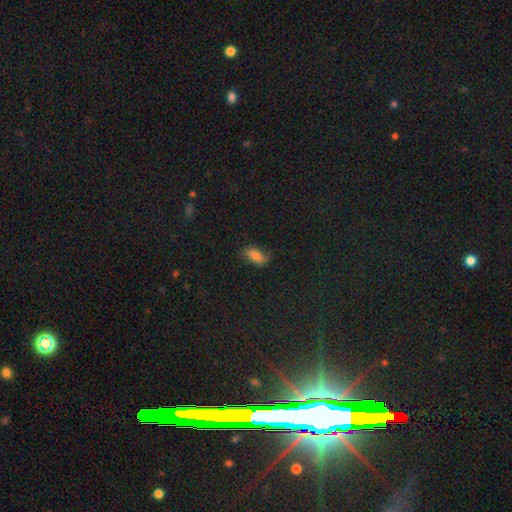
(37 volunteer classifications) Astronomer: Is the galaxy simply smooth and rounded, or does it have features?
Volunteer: smooth — 86%.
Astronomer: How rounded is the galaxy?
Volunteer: in between — 94%.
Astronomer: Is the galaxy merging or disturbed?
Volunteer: none — 69%.